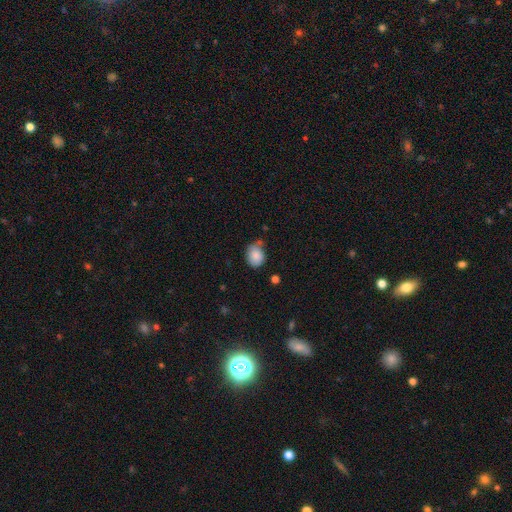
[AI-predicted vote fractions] Q: Smooth or featured?
A: smooth (85%); runner-up: star or artifact (8%)
Q: How rounded?
A: round (52%); runner-up: in between (47%)
Q: Merging?
A: none (61%); runner-up: minor disturbance (26%)